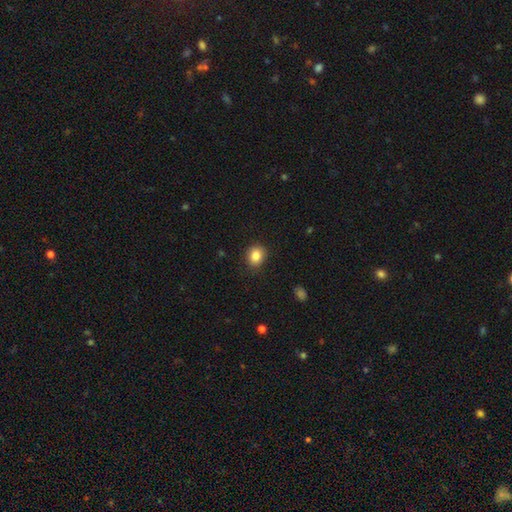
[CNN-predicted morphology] This appears to be a smooth galaxy with no disk features (84%) that is round (62%). Merging: none (87%).